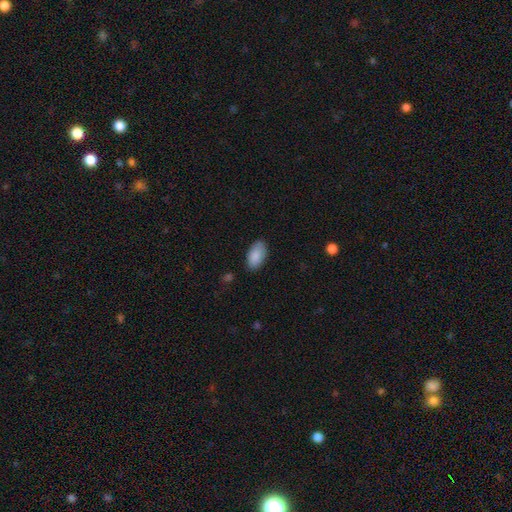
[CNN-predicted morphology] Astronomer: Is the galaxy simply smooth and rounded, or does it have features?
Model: smooth — 88%.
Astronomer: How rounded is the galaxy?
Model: in between — 95%.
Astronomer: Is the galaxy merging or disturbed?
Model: none — 82%.